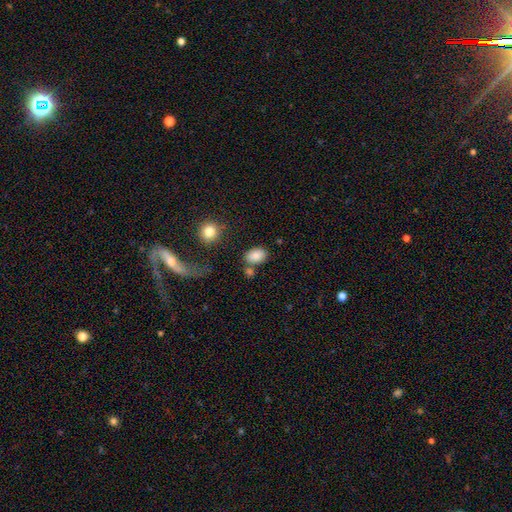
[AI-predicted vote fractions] A smooth galaxy with no disk features (85%) that is in between round and cigar-shaped (79%).

Vote fractions:
- Smooth or featured? smooth: 85% / star or artifact: 9% / featured or disk: 6%
- How rounded? in between: 79% / round: 19% / cigar-shaped: 1%
- Merging? none: 69% / minor disturbance: 13% / merger: 13% / major disturbance: 5%